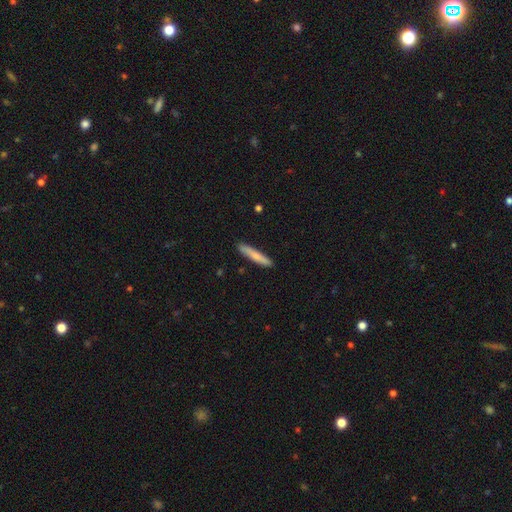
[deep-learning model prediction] Morphology: type=smooth (75%); roundness=cigar-shaped (93%); merging=none (90%).